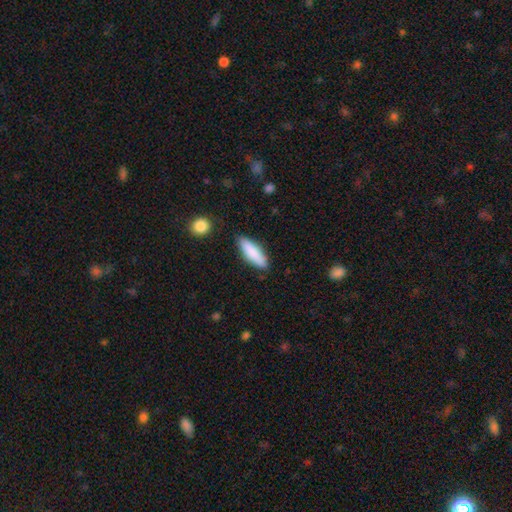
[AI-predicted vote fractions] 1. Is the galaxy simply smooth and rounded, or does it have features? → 85% smooth, 10% featured or disk, 6% star or artifact.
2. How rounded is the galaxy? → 51% cigar-shaped, 47% in between, 2% round.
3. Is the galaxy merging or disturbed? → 83% none, 12% minor disturbance, 3% major disturbance, 2% merger.